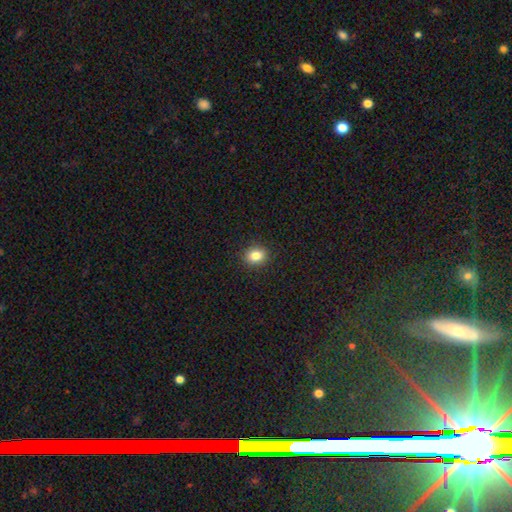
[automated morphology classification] Q: Smooth or featured?
A: smooth (83%); runner-up: star or artifact (11%)
Q: How rounded?
A: round (59%); runner-up: in between (40%)
Q: Merging?
A: none (91%); runner-up: minor disturbance (7%)